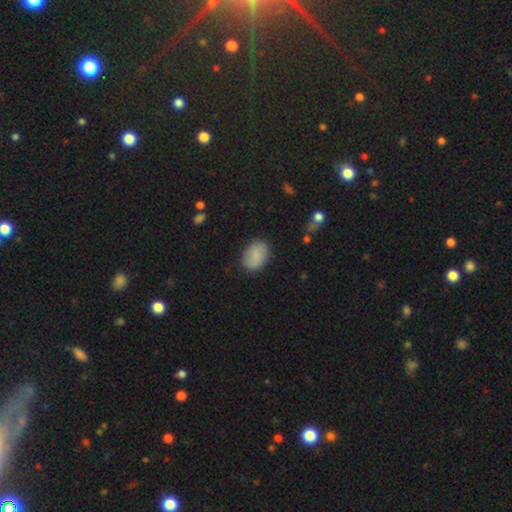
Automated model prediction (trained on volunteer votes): smooth 78%, featured or disk 15%, star or artifact 7%. Down the decision tree: how rounded — in between (79%); merging — none (84%).